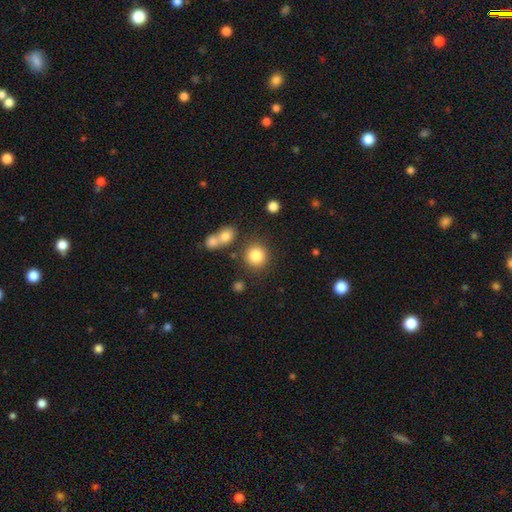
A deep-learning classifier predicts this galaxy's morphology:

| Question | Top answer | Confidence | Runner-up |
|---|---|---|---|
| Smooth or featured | smooth | 83% | star or artifact (10%) |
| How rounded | round | 89% | in between (10%) |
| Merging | none | 79% | merger (9%) |